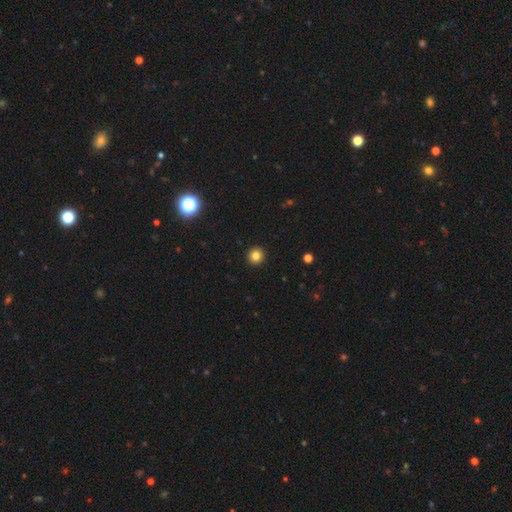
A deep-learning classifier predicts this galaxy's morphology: Smooth or featured? Predicted: smooth (p=0.83). How rounded? Predicted: round (p=0.95). Merging? Predicted: none (p=0.94).